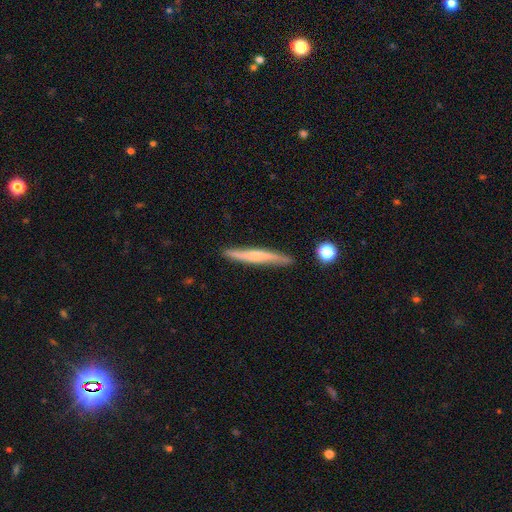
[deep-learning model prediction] Q: Smooth or featured?
A: featured or disk (51%); runner-up: smooth (43%)
Q: Edge-on disk?
A: yes (88%); runner-up: no (12%)
Q: Merging?
A: none (84%); runner-up: minor disturbance (12%)